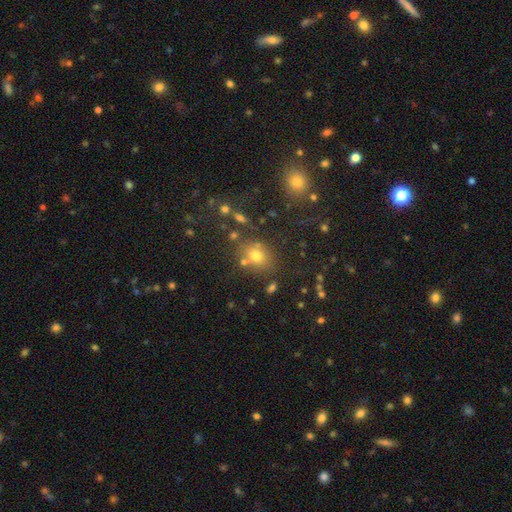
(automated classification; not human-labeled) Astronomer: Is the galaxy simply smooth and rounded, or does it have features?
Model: smooth — 64%.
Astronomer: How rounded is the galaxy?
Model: round — 61% (runner-up: in between, 38%).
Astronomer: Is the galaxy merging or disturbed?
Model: none — 69%.